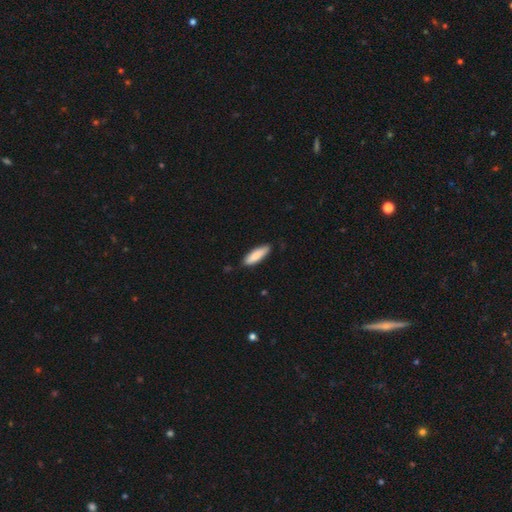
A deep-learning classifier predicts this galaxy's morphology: smooth_or_featured: smooth (p=0.85) [alt: featured or disk p=0.10]
how_rounded: cigar-shaped (p=0.54) [alt: in between p=0.45]
merging: none (p=0.84) [alt: minor disturbance p=0.13]